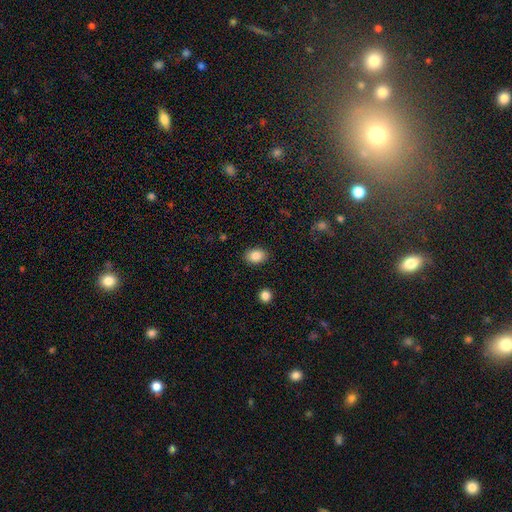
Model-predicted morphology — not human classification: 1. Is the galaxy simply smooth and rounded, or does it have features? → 87% smooth, 8% star or artifact, 5% featured or disk.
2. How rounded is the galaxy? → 77% in between, 22% round, 1% cigar-shaped.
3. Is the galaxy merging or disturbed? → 89% none, 8% minor disturbance, 2% major disturbance, 1% merger.